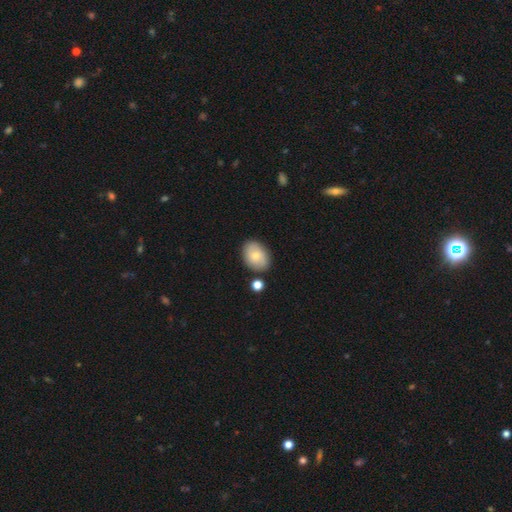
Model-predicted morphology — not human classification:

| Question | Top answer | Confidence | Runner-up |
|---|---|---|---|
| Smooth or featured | smooth | 73% | featured or disk (20%) |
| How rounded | in between | 73% | round (26%) |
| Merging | none | 79% | minor disturbance (13%) |